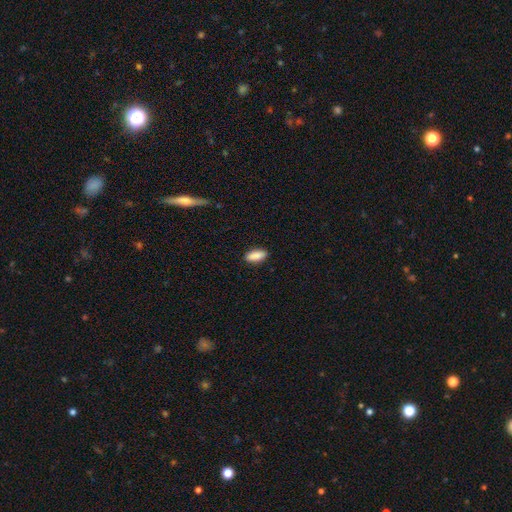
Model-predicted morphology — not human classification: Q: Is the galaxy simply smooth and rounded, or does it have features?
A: smooth — 90%.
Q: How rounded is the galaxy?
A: in between — 85%.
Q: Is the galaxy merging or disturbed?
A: none — 88%.